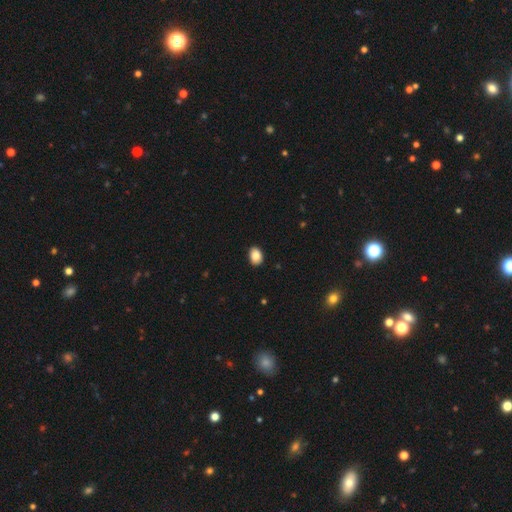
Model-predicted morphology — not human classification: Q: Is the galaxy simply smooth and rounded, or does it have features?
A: smooth — 88%.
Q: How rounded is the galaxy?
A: in between — 74%.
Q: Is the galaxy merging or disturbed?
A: none — 89%.